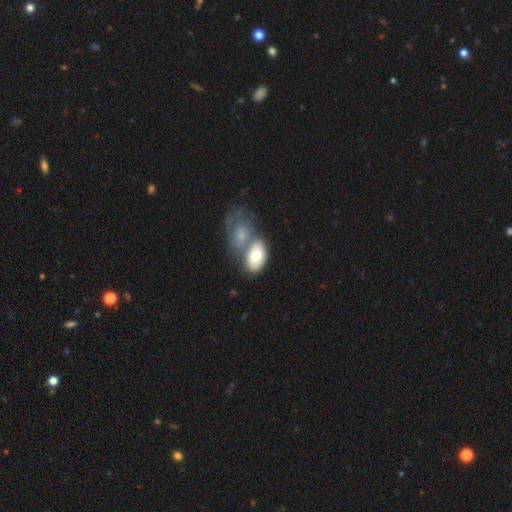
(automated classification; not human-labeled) Q: Smooth or featured?
A: smooth (74%); runner-up: featured or disk (20%)
Q: How rounded?
A: in between (91%); runner-up: round (7%)
Q: Merging?
A: merger (55%); runner-up: none (26%)